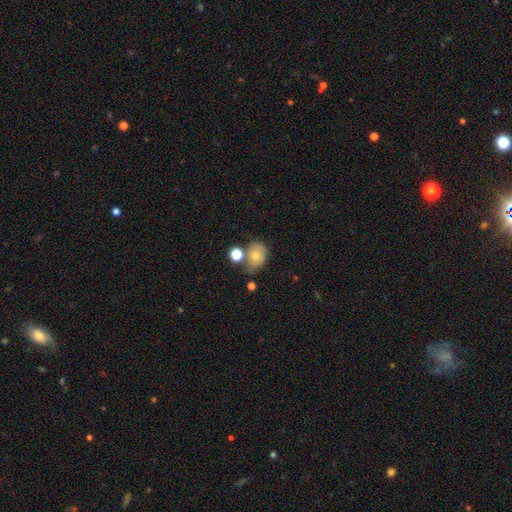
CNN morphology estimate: Overall: smooth (70%). How rounded: in between (58%; round 41%). Merging: none (49%; merger 22%).